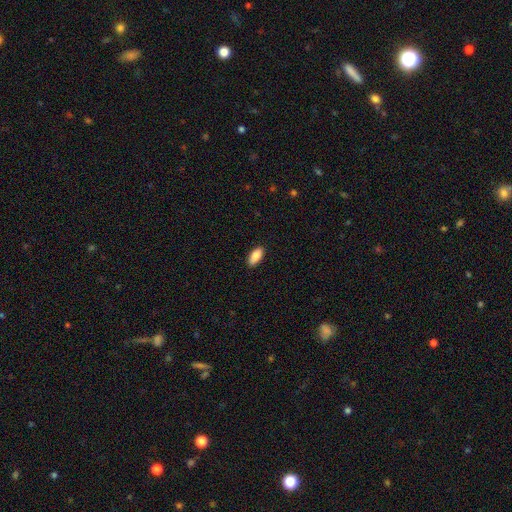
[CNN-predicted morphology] type=smooth (86%); roundness=in between (89%); merging=none (89%).